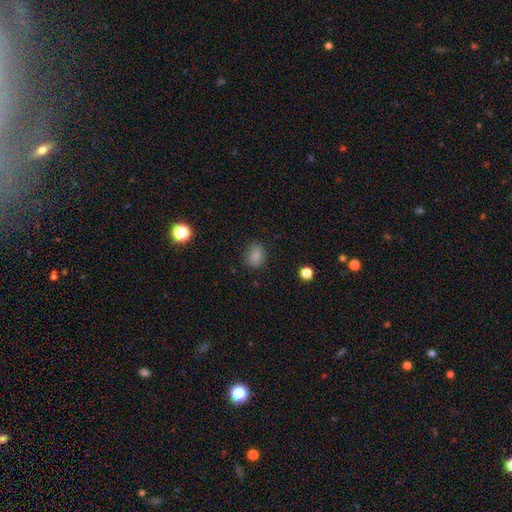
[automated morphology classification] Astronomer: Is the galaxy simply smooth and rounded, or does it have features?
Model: smooth — 84%.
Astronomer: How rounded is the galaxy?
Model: round — 60% (runner-up: in between, 39%).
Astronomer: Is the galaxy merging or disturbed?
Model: none — 83%.